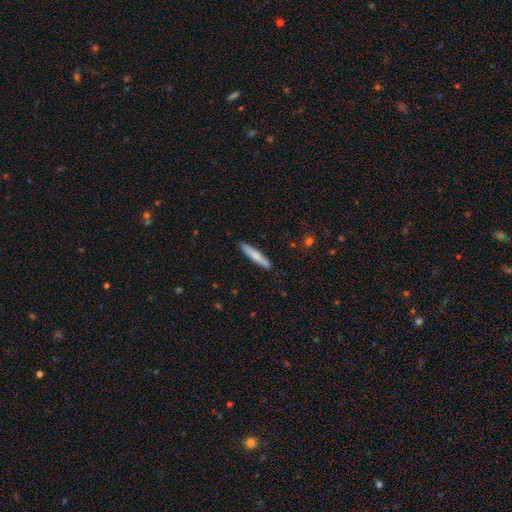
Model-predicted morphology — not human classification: A smooth galaxy with no disk features (75%) that is cigar-shaped (92%). Merging: none (89%).